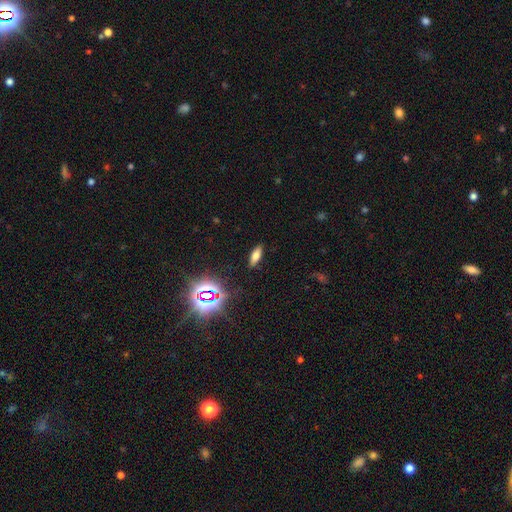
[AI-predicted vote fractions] Q: Smooth or featured?
A: smooth (63%); runner-up: star or artifact (19%)
Q: How rounded?
A: in between (61%); runner-up: cigar-shaped (35%)
Q: Merging?
A: none (88%); runner-up: minor disturbance (8%)